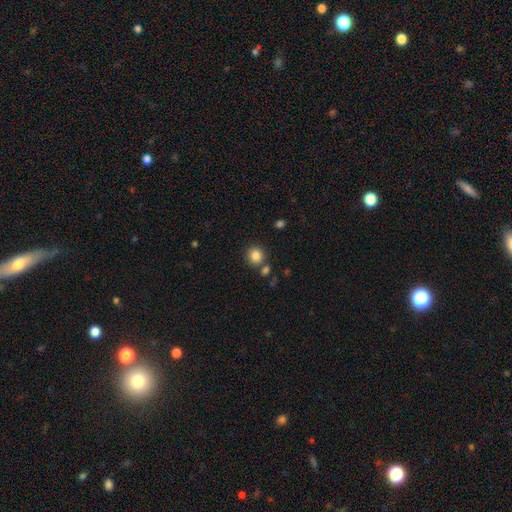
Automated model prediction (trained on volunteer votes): Smooth or featured: smooth — 85% (star or artifact — 10%)
How rounded: round — 89% (in between — 10%)
Merging: none — 78% (merger — 11%)